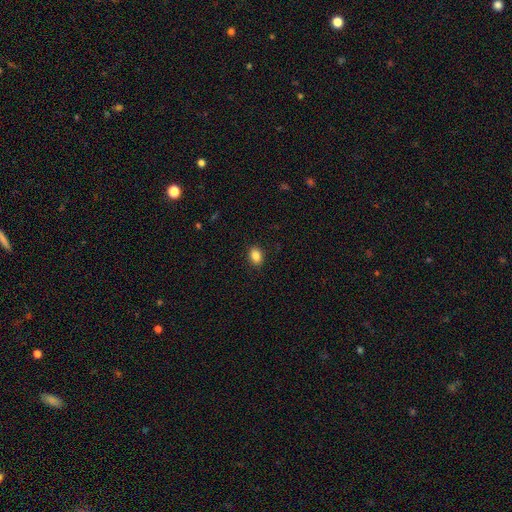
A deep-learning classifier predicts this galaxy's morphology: Smooth or featured? smooth (87%)
How rounded? in between (75%)
Merging? none (89%)